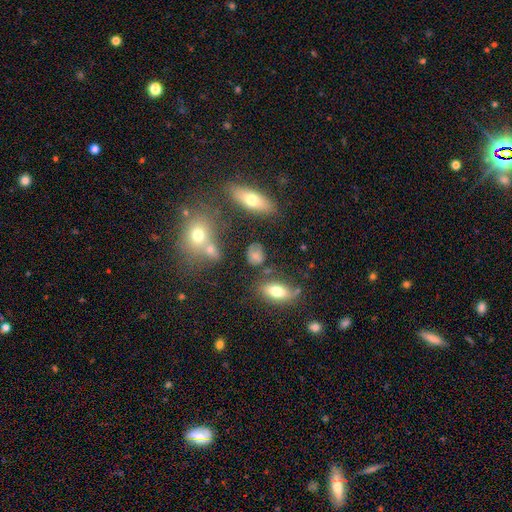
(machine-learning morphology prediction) smooth-or-featured: smooth: 66% | featured or disk: 18% | star or artifact: 15%
  how-rounded: in between: 58% | round: 38% | cigar-shaped: 4%
  merging: none: 66% | minor disturbance: 19% | major disturbance: 8% | merger: 7%